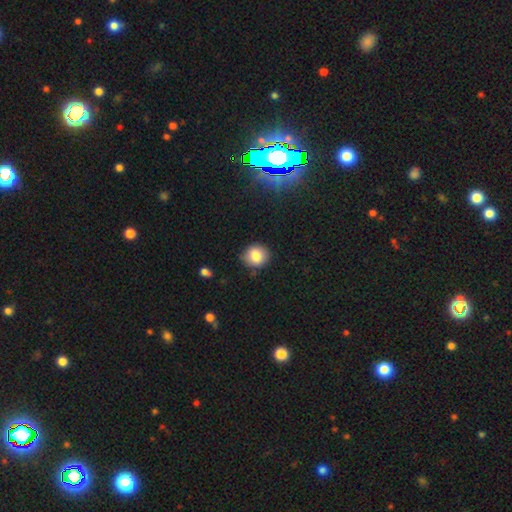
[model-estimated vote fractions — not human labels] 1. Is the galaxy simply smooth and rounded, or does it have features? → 81% smooth, 10% star or artifact, 9% featured or disk.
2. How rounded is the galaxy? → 82% round, 17% in between, 1% cigar-shaped.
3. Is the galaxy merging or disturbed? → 85% none, 11% minor disturbance, 2% major disturbance, 2% merger.